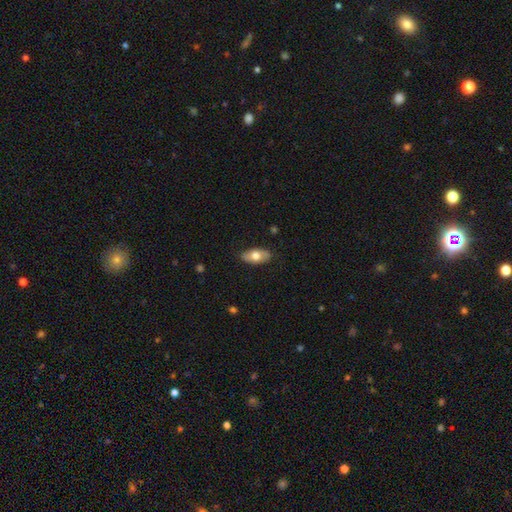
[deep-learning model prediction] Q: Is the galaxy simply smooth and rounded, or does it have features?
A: smooth — 64%.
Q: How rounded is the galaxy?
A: in between — 91%.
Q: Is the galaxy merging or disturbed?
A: none — 84%.